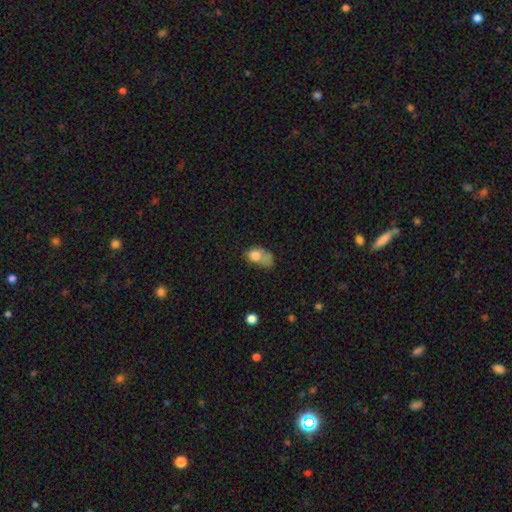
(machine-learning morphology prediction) smooth 74%, featured or disk 16%, star or artifact 10%. Down the decision tree: how rounded — in between (69%); merging — merger (29%).